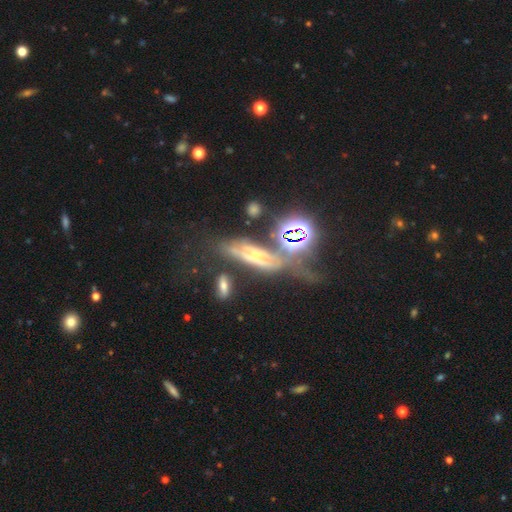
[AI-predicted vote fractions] featured or disk 45%, star or artifact 30%, smooth 25%. Down the decision tree: merging — none (33%).